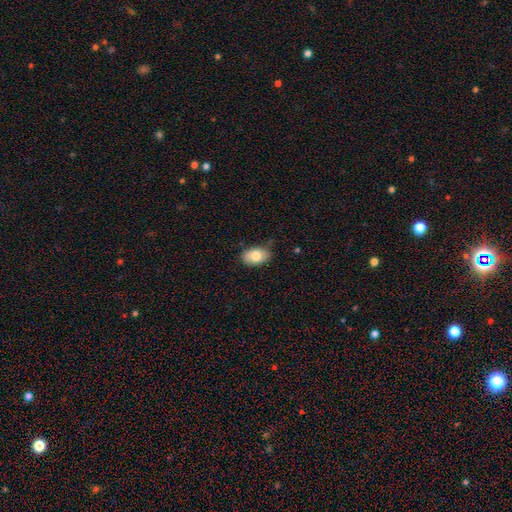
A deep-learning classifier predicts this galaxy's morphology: A smooth galaxy with no disk features (79%) that is in between round and cigar-shaped (90%). Merging: none (75%).